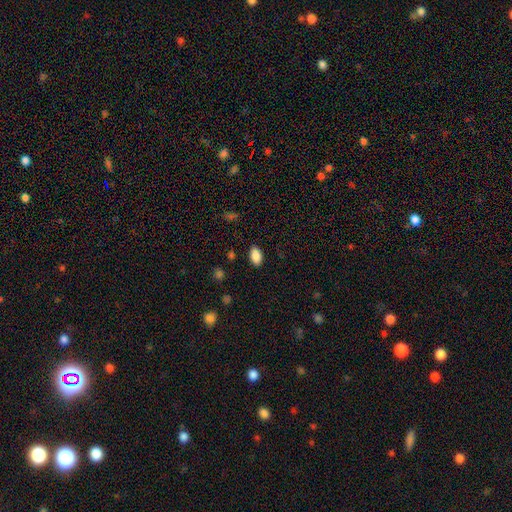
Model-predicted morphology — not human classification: Smooth or featured? Predicted: smooth (p=0.87). How rounded? Predicted: in between (p=0.93). Merging? Predicted: none (p=0.87).